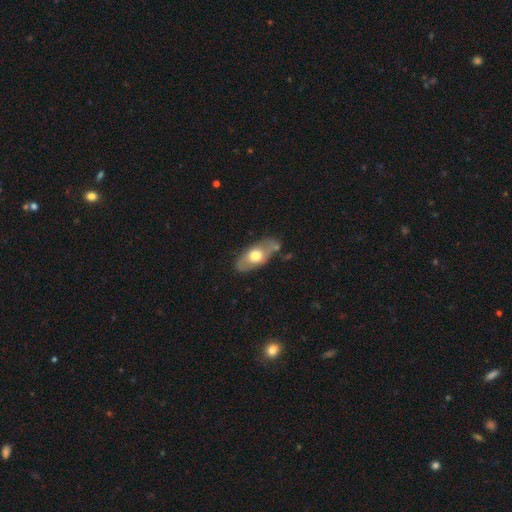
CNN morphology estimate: Smooth or featured? Predicted: smooth (p=0.53). How rounded? Predicted: in between (p=0.84). Merging? Predicted: none (p=0.71).